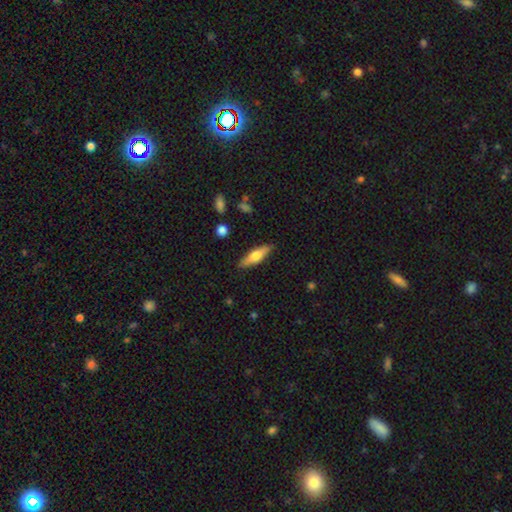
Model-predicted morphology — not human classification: smooth_or_featured: smooth (p=0.60) [alt: featured or disk p=0.34]
how_rounded: cigar-shaped (p=0.63) [alt: in between p=0.35]
merging: none (p=0.87) [alt: minor disturbance p=0.09]